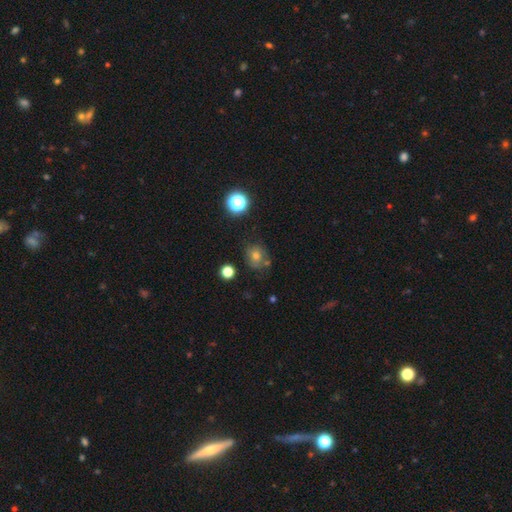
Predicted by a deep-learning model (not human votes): This is likely a smooth galaxy (63%). How rounded: likely round (73%). Merging: likely none (68%).